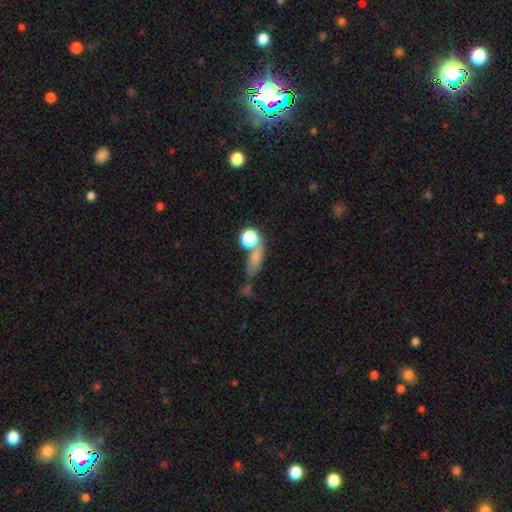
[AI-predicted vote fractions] smooth-or-featured: smooth: 63% | star or artifact: 20% | featured or disk: 17%
  how-rounded: in between: 41% | round: 37% | cigar-shaped: 23%
  merging: none: 41% | merger: 31% | minor disturbance: 14% | major disturbance: 14%